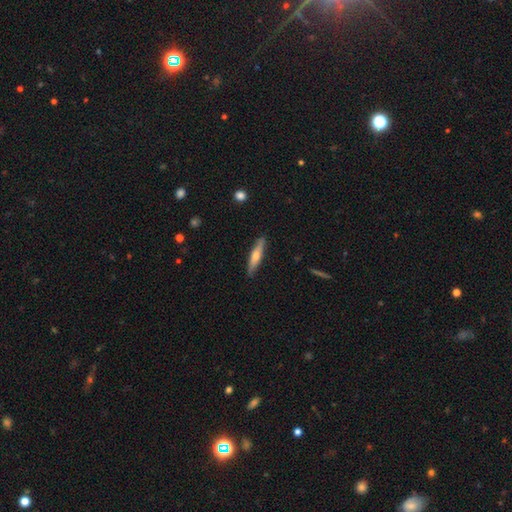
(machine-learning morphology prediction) Smooth or featured: featured or disk — 49% (smooth — 45%)
Merging: none — 89% (minor disturbance — 8%)